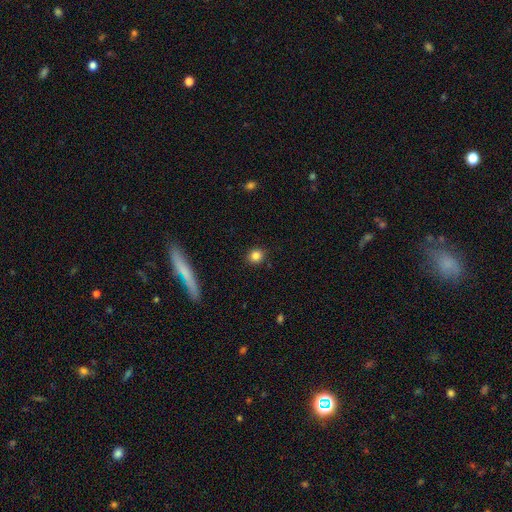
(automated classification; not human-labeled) smooth-or-featured: smooth: 83% | star or artifact: 10% | featured or disk: 7%
  how-rounded: round: 78% | in between: 20% | cigar-shaped: 2%
  merging: none: 90% | minor disturbance: 7% | major disturbance: 2% | merger: 1%